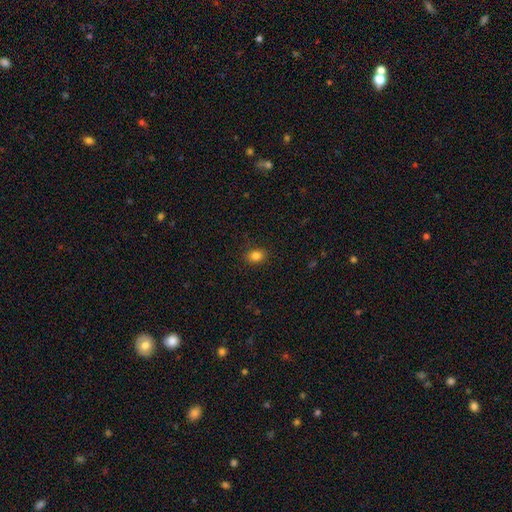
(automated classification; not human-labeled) A smooth galaxy with no disk features (84%) that is in between round and cigar-shaped (61%). Merging: none (88%).